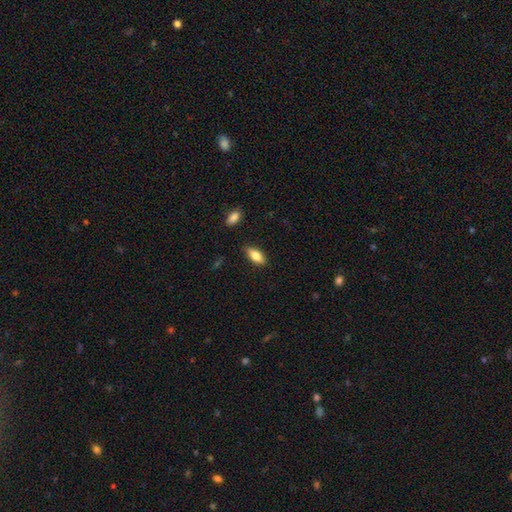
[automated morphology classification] A smooth galaxy with no disk features (78%) that is in between round and cigar-shaped (78%).

Vote fractions:
- Smooth or featured? smooth: 78% / featured or disk: 16% / star or artifact: 7%
- How rounded? in between: 78% / cigar-shaped: 20% / round: 2%
- Merging? none: 85% / minor disturbance: 11% / major disturbance: 2% / merger: 2%